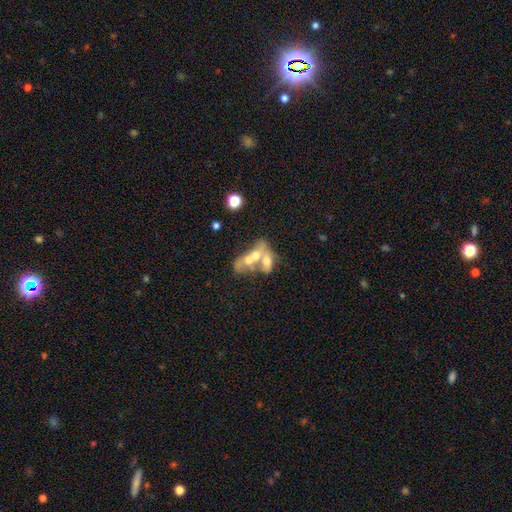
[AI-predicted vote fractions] This appears to be a featured or disk galaxy (50%). Merging: merger (75%).